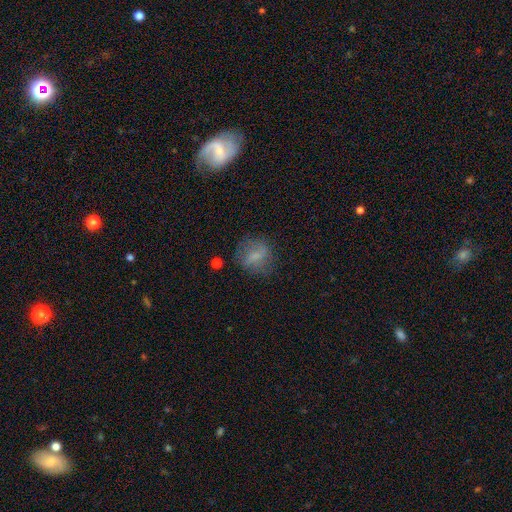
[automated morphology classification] Overall: smooth (61%; featured or disk 28%). How rounded: round (59%; in between 37%). Merging: none (68%).